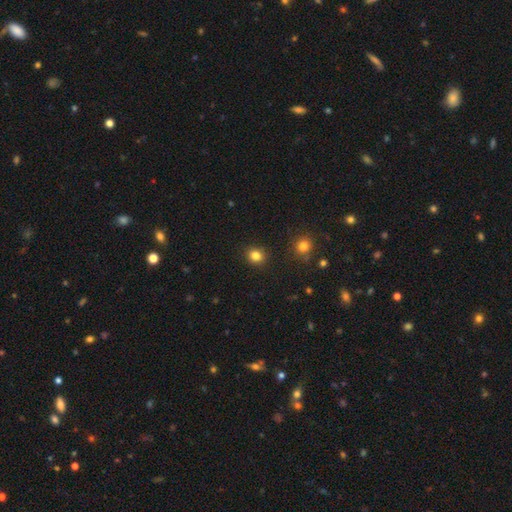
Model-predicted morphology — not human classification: type=smooth (83%); roundness=round (80%); merging=none (91%).